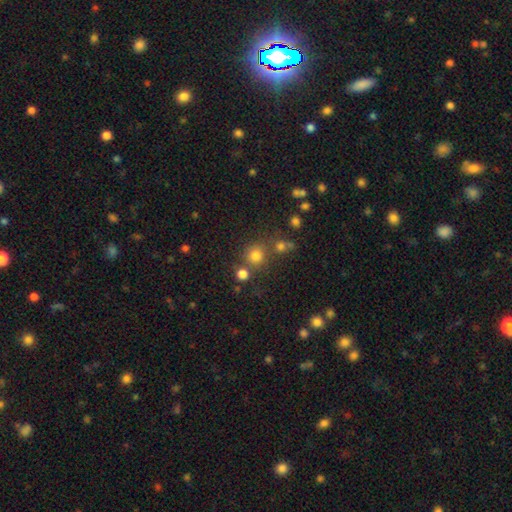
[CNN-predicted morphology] Smooth or featured: smooth — 75% (star or artifact — 17%)
How rounded: round — 89% (in between — 10%)
Merging: none — 69% (merger — 17%)